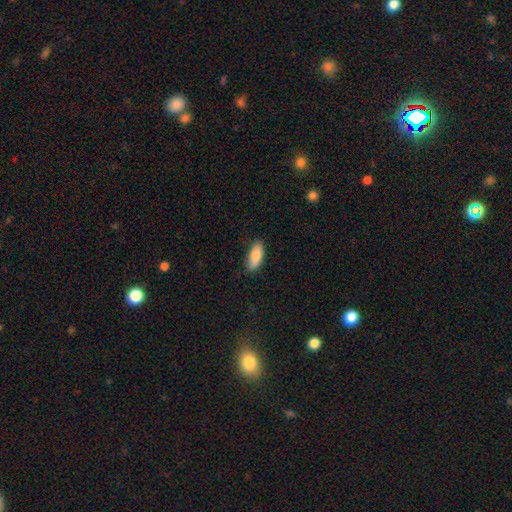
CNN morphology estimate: The model was most divided on "how rounded": in between: 77%, cigar-shaped: 21%, round: 2%. More confident: smooth or featured — smooth (85%); merging — none (82%).